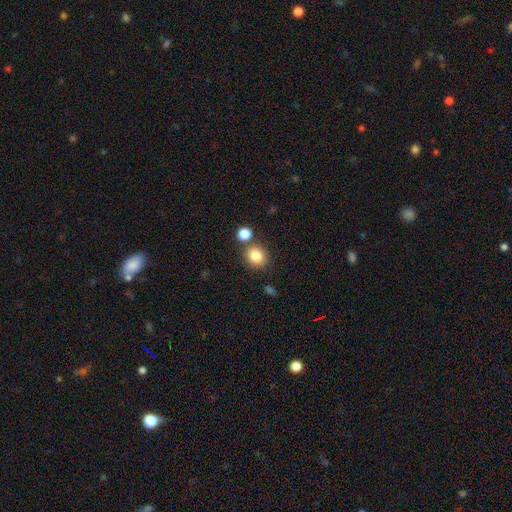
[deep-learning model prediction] smooth 84%, star or artifact 10%, featured or disk 6%. Down the decision tree: how rounded — round (73%); merging — none (74%).